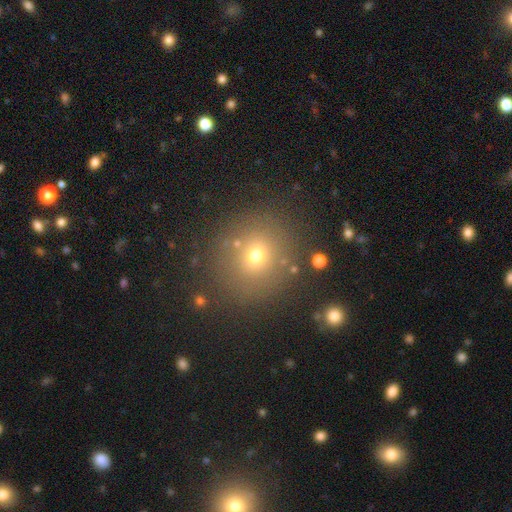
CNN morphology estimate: This appears to be a smooth galaxy with no disk features (66%) that is round (86%). Merging: none (83%).